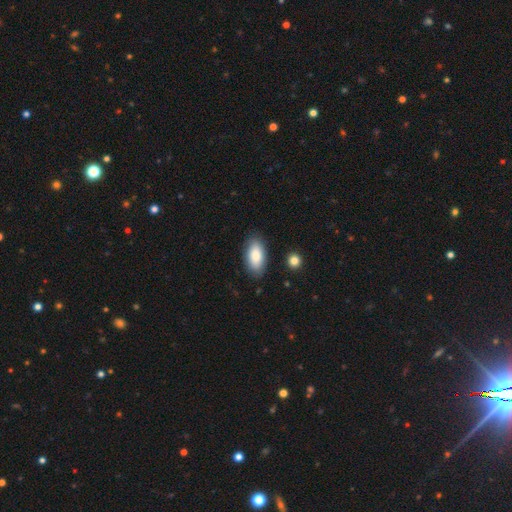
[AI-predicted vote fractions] Morphology: type=smooth (85%); roundness=in between (92%); merging=none (84%).